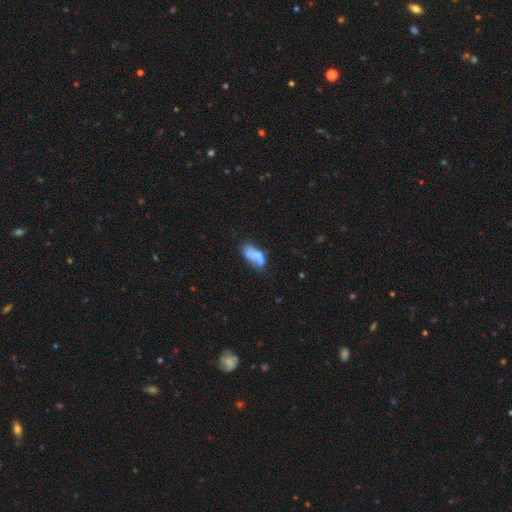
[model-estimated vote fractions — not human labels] Smooth or featured? smooth (53%)
How rounded? in between (84%)
Merging? merger (37%)